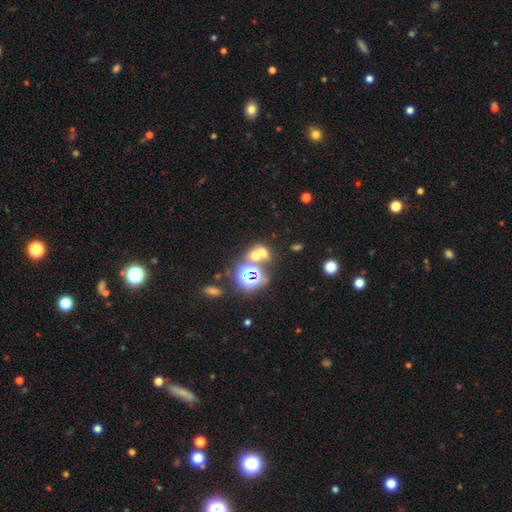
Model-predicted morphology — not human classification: The model was most divided on "smooth or featured": smooth: 47%, star or artifact: 36%, featured or disk: 17%. More confident: merging — merger (51%).